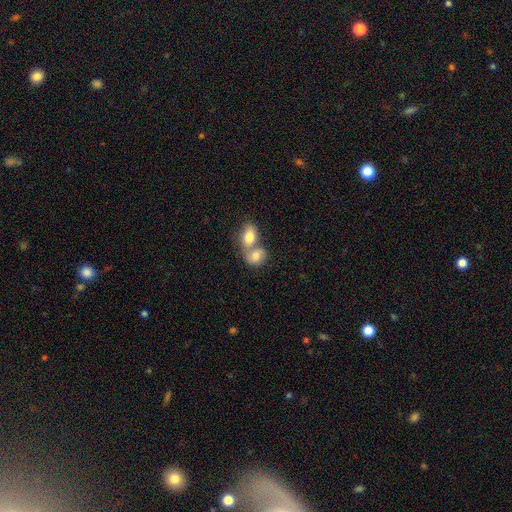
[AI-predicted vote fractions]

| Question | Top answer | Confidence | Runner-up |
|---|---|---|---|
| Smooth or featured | smooth | 76% | featured or disk (16%) |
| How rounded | in between | 60% | round (39%) |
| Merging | merger | 68% | none (22%) |